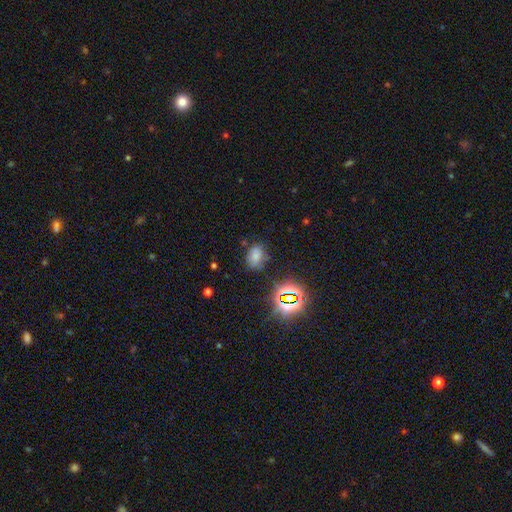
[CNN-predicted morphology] Smooth or featured?
  - smooth: 65% *
  - star or artifact: 25%
  - featured or disk: 10%
How rounded?
  - in between: 74% *
  - round: 24%
  - cigar-shaped: 1%
Merging?
  - none: 70% *
  - minor disturbance: 20%
  - major disturbance: 7%
  - merger: 4%